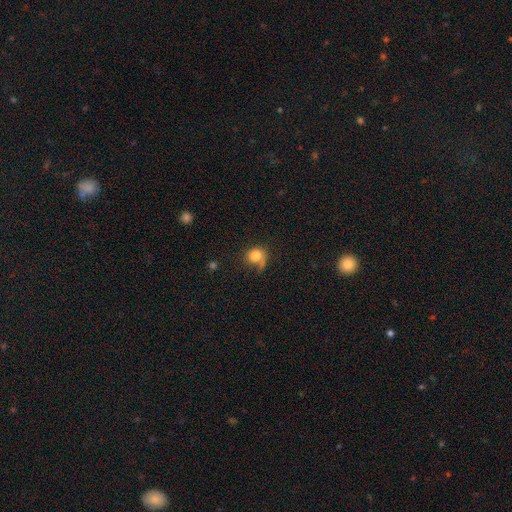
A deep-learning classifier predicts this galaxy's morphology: smooth-or-featured: smooth: 78% | featured or disk: 13% | star or artifact: 9%
  how-rounded: round: 75% | in between: 24% | cigar-shaped: 1%
  merging: none: 48% | minor disturbance: 23% | major disturbance: 20% | merger: 9%